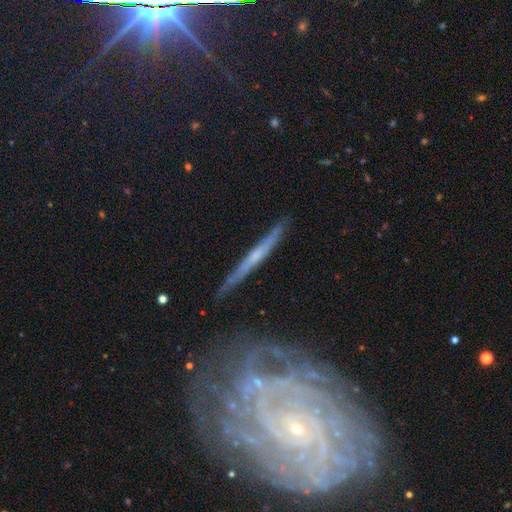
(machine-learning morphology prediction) Overall: featured or disk (71%). Edge-on disk: yes (88%). Edge-on bulge: none (60%; rounded 34%). Merging: none (81%).